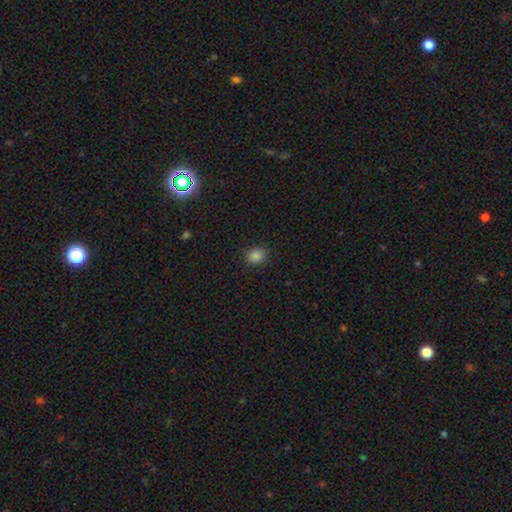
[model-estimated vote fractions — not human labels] This appears to be a smooth galaxy with no disk features (84%) that is round (73%). Merging: none (90%).